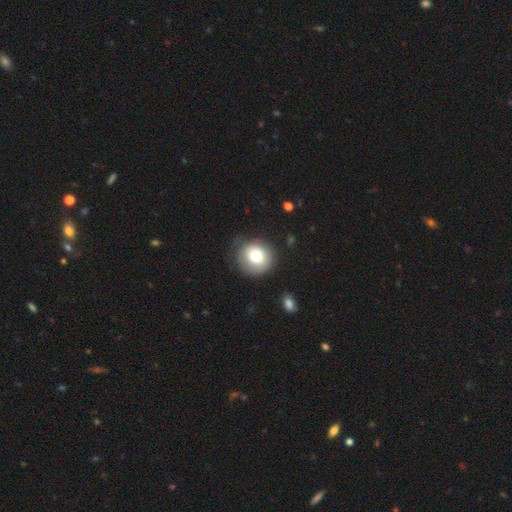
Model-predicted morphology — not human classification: type=smooth (75%); roundness=round (90%); merging=none (76%).